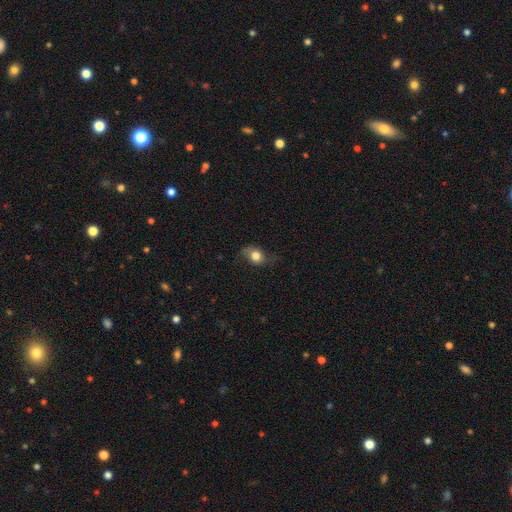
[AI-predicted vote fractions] smooth_or_featured: smooth (p=0.72) [alt: featured or disk p=0.18]
how_rounded: in between (p=0.54) [alt: round p=0.44]
merging: none (p=0.60) [alt: minor disturbance p=0.26]